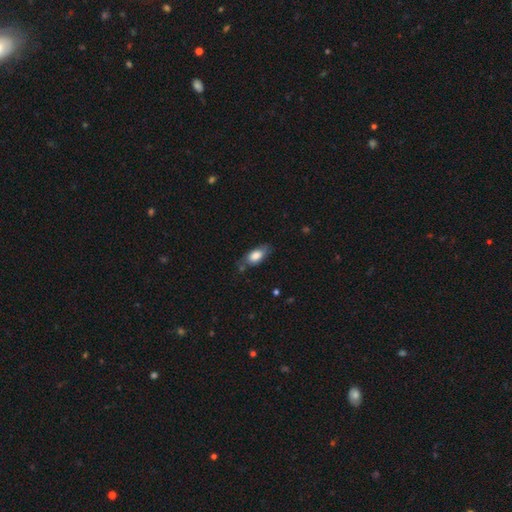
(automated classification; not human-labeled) This appears to be a smooth galaxy with no disk features (75%) that is in between round and cigar-shaped (86%). Merging: none (64%).